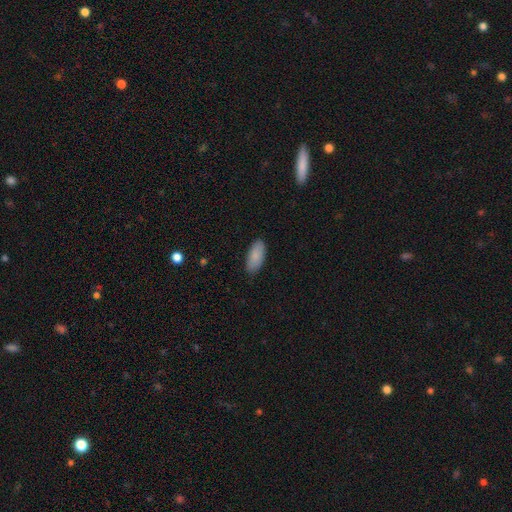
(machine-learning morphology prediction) Smooth or featured? Predicted: smooth (p=0.87). How rounded? Predicted: in between (p=0.90). Merging? Predicted: none (p=0.85).